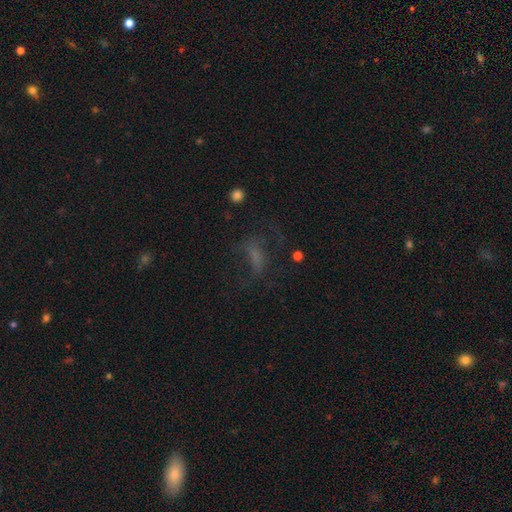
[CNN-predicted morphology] smooth-or-featured: smooth: 39% | featured or disk: 36% | star or artifact: 26%
  merging: none: 44% | major disturbance: 35% | minor disturbance: 18% | merger: 3%